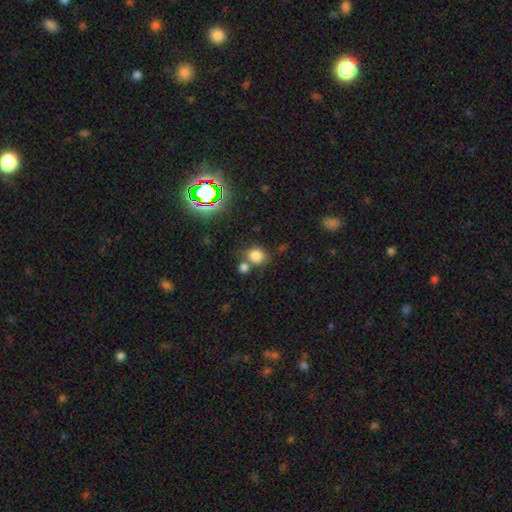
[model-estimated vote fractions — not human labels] Smooth or featured?
  - smooth: 78% *
  - star or artifact: 15%
  - featured or disk: 7%
How rounded?
  - round: 75% *
  - in between: 24%
  - cigar-shaped: 1%
Merging?
  - none: 60% *
  - merger: 24%
  - minor disturbance: 12%
  - major disturbance: 4%